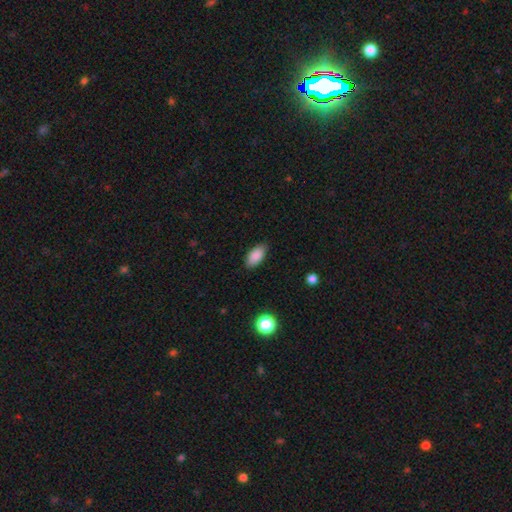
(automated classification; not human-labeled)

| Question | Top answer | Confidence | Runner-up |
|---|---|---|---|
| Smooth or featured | smooth | 88% | star or artifact (7%) |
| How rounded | in between | 92% | cigar-shaped (5%) |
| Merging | none | 85% | minor disturbance (12%) |